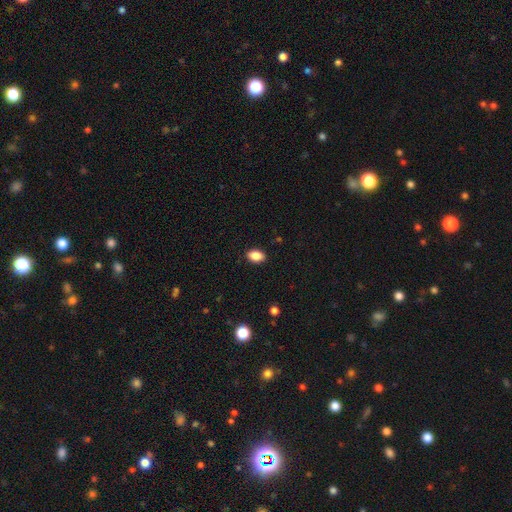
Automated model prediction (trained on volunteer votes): Overall: smooth (88%). How rounded: in between (86%). Merging: none (89%).